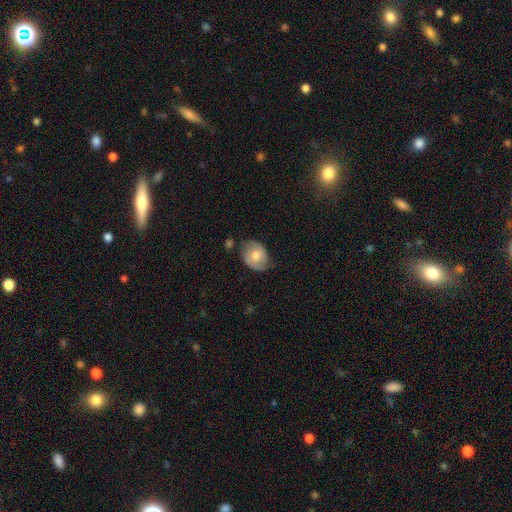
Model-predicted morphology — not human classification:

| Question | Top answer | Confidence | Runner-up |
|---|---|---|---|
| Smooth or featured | featured or disk | 47% | smooth (46%) |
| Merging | none | 64% | minor disturbance (26%) |